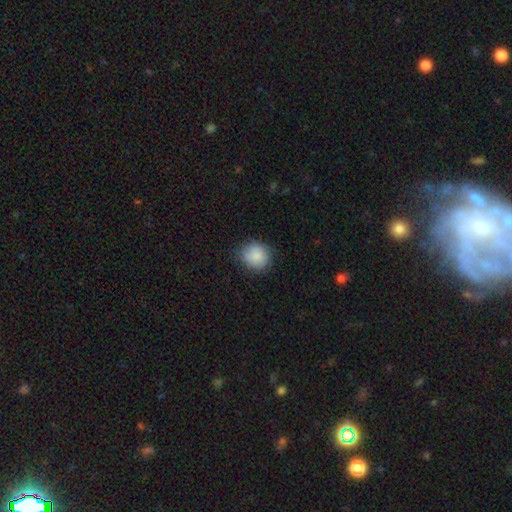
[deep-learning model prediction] smooth_or_featured: smooth (p=0.86) [alt: star or artifact p=0.07]
how_rounded: round (p=0.85) [alt: in between p=0.14]
merging: none (p=0.79) [alt: minor disturbance p=0.16]